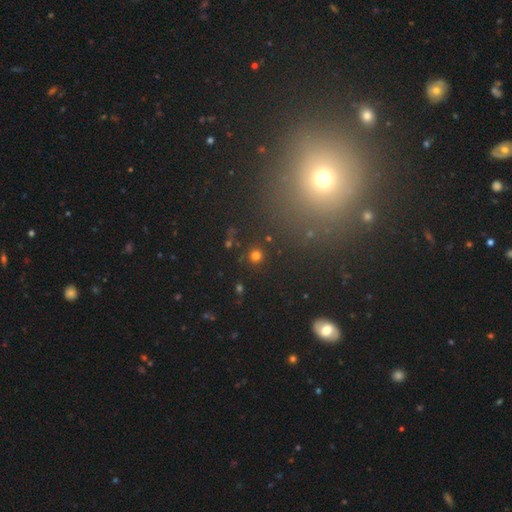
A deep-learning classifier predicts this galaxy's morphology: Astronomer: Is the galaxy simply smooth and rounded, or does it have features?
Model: smooth — 76%.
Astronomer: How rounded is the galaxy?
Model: round — 93%.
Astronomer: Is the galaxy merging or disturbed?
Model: none — 89%.